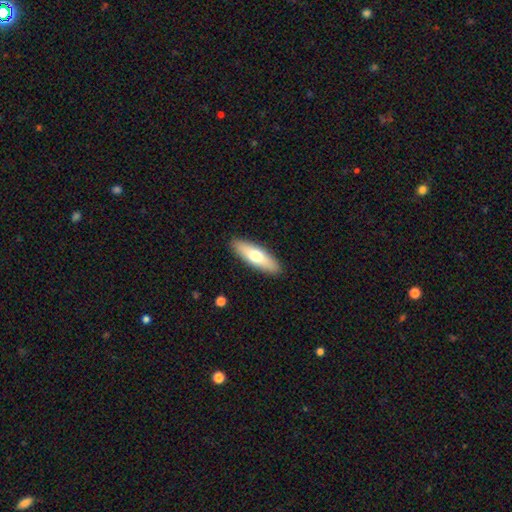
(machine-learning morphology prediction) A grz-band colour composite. It shows a smooth galaxy with no disk features (65%) that is in between round and cigar-shaped (49%). Merging: none (90%).